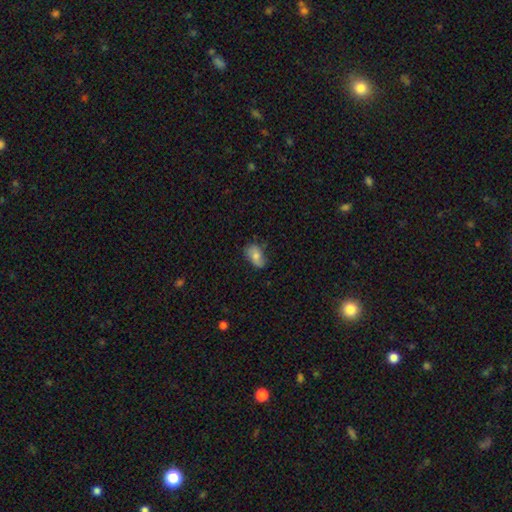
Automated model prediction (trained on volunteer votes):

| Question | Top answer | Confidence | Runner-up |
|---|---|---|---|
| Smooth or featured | smooth | 75% | featured or disk (17%) |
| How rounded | in between | 91% | round (7%) |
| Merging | none | 65% | minor disturbance (27%) |